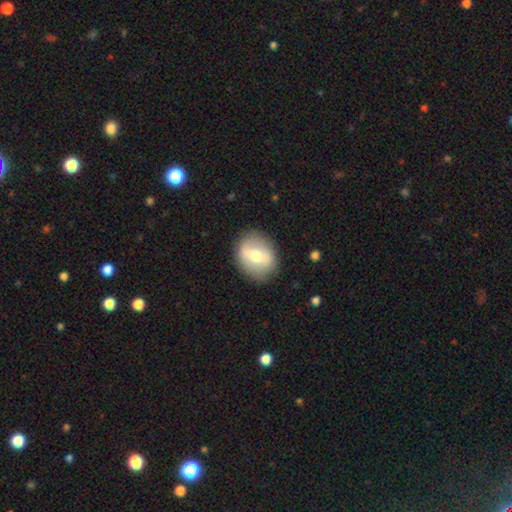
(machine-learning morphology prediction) Overall: smooth (49%; featured or disk 44%). Merging: none (85%).